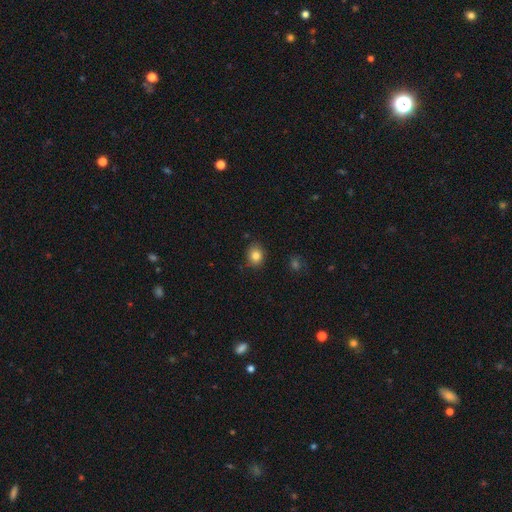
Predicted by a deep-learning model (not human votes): A smooth galaxy with no disk features (83%) that is round (64%).

Vote fractions:
- Smooth or featured? smooth: 83% / star or artifact: 10% / featured or disk: 7%
- How rounded? round: 64% / in between: 35% / cigar-shaped: 1%
- Merging? none: 84% / minor disturbance: 12% / major disturbance: 2% / merger: 2%